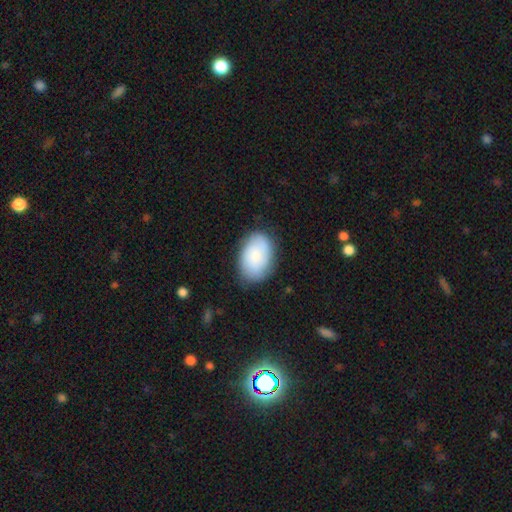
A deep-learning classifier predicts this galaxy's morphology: type=smooth (77%); roundness=in between (86%); merging=none (78%).